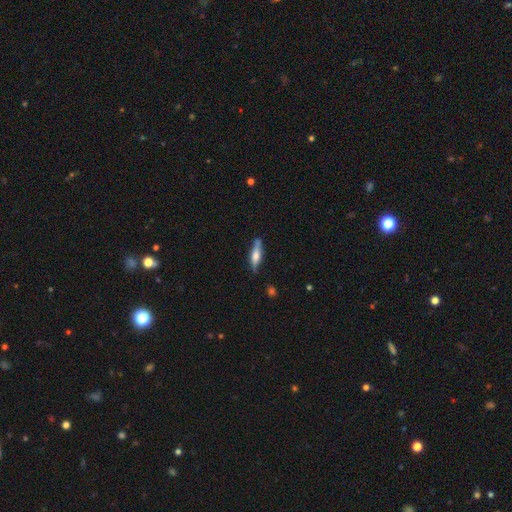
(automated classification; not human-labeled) Q: Smooth or featured?
A: smooth (49%); runner-up: featured or disk (45%)
Q: Merging?
A: none (74%); runner-up: minor disturbance (19%)